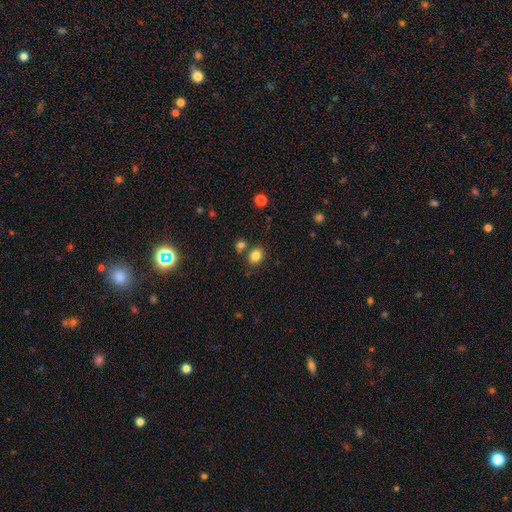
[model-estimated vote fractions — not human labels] A smooth galaxy with no disk features (82%) that is round (50%). Merging: none (74%).